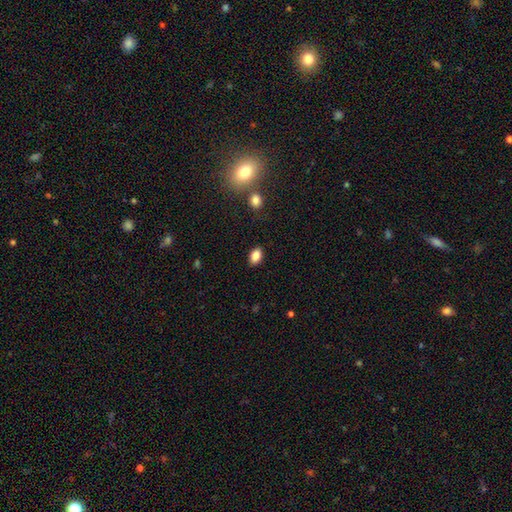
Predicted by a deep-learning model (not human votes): Morphology: type=smooth (85%); roundness=in between (86%); merging=none (87%).